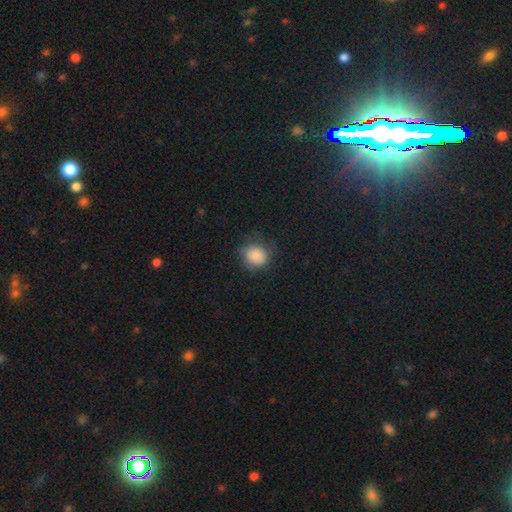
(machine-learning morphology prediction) Smooth or featured?
  - smooth: 85% *
  - star or artifact: 9%
  - featured or disk: 6%
How rounded?
  - round: 80% *
  - in between: 19%
  - cigar-shaped: 1%
Merging?
  - none: 71% *
  - minor disturbance: 21%
  - major disturbance: 7%
  - merger: 1%